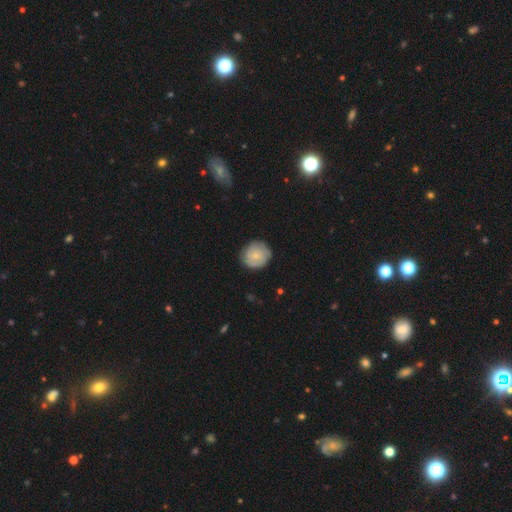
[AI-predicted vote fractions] This appears to be a smooth galaxy with no disk features (68%) that is round (88%). Merging: none (79%).